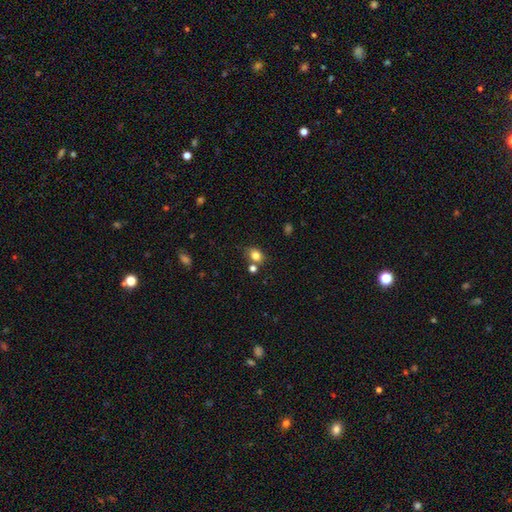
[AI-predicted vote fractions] smooth 81%, star or artifact 12%, featured or disk 7%. Down the decision tree: how rounded — in between (51%); merging — none (68%).